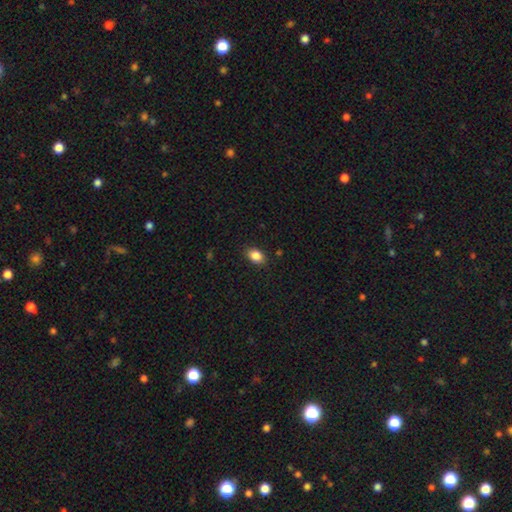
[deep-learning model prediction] This is clearly a smooth galaxy (86%). How rounded: likely in between (79%). Merging: clearly none (87%).